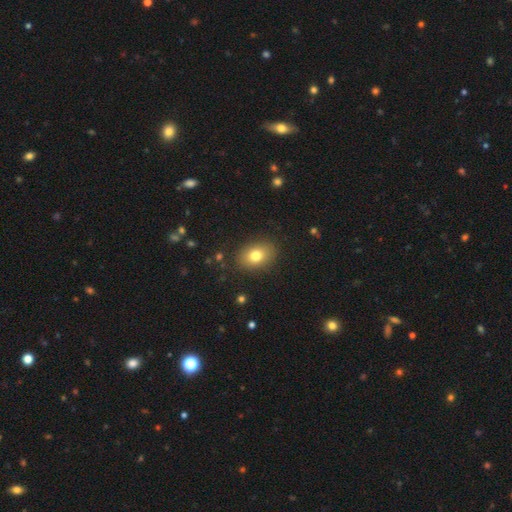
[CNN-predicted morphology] type=smooth (78%); roundness=in between (73%); merging=none (87%).